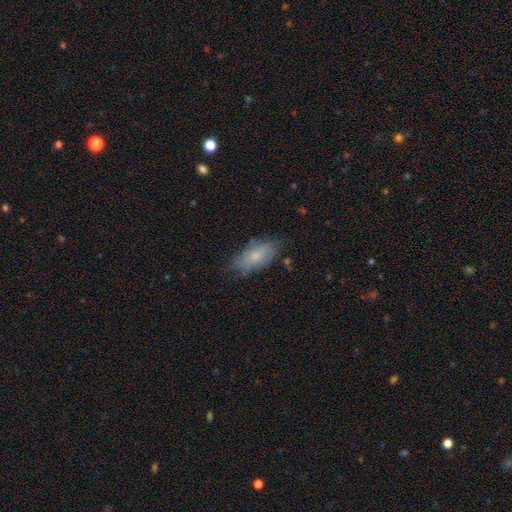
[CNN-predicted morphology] type=smooth (66%); roundness=in between (89%); merging=none (67%).